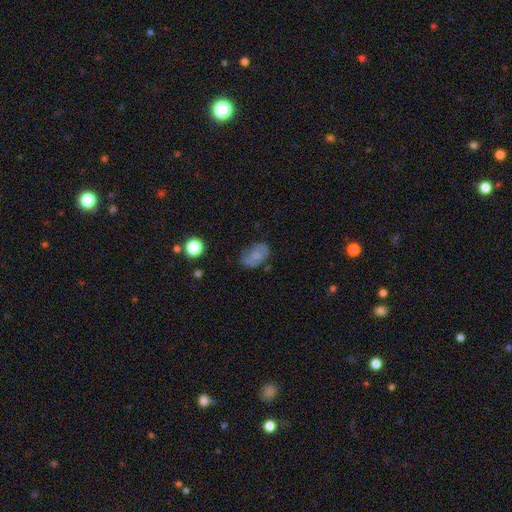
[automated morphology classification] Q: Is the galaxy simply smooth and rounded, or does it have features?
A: smooth — 54%.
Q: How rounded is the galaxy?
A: in between — 82%.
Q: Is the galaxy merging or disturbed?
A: none — 58%.